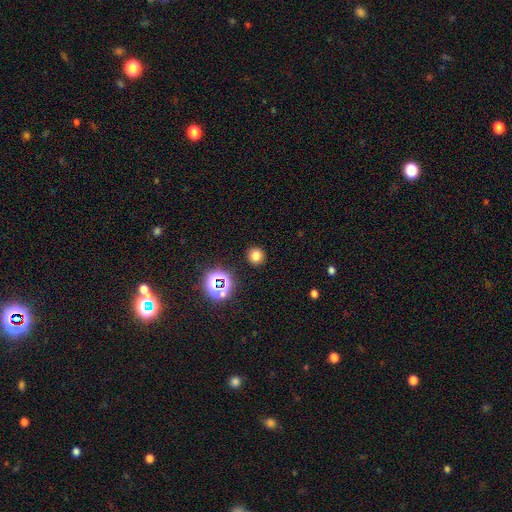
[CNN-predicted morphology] A smooth galaxy with no disk features (74%) that is round (91%). Merging: none (90%).